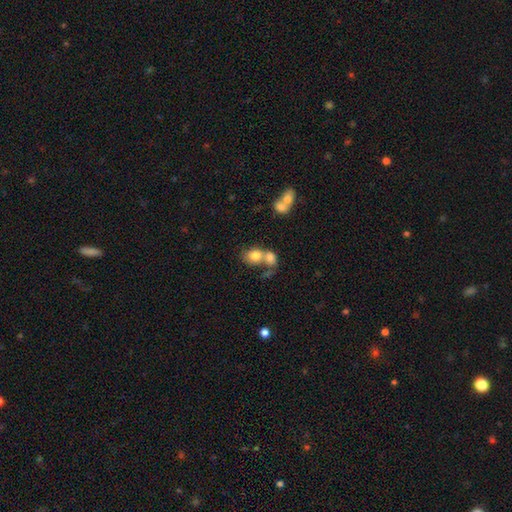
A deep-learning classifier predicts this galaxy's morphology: Smooth or featured? Predicted: smooth (p=0.77). How rounded? Predicted: round (p=0.50). Merging? Predicted: merger (p=0.59).